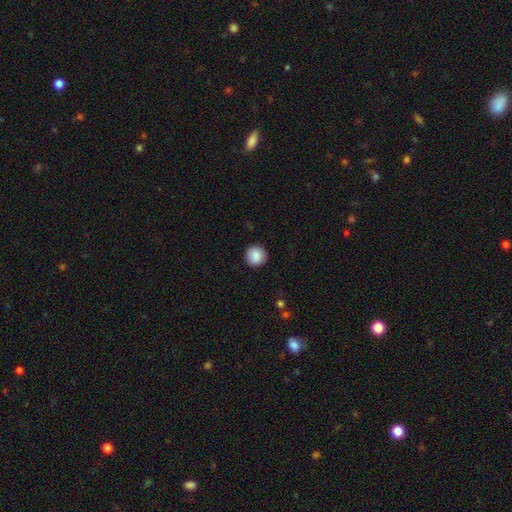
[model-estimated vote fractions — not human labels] smooth-or-featured: smooth: 89% | star or artifact: 7% | featured or disk: 3%
  how-rounded: round: 95% | in between: 4% | cigar-shaped: 1%
  merging: none: 92% | minor disturbance: 5% | major disturbance: 2% | merger: 1%